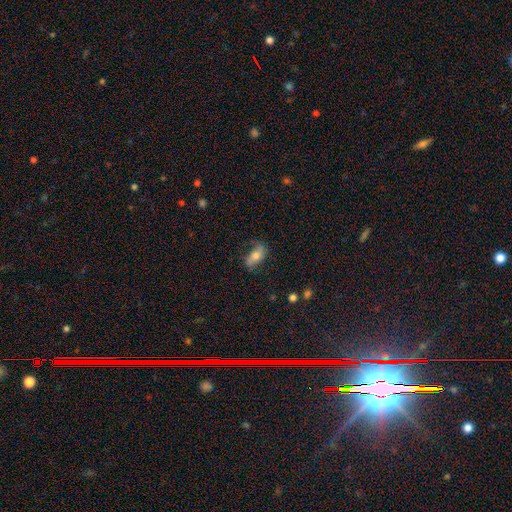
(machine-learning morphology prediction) type=smooth (51%); roundness=in between (83%); merging=none (65%).